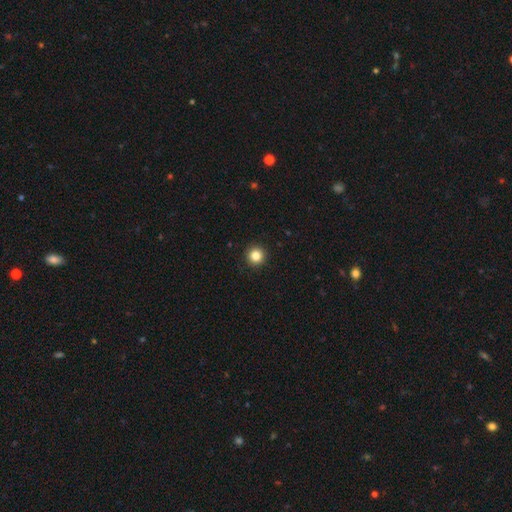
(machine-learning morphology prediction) A smooth galaxy with no disk features (84%) that is round (96%).

Vote fractions:
- Smooth or featured? smooth: 84% / star or artifact: 11% / featured or disk: 5%
- How rounded? round: 96% / in between: 3% / cigar-shaped: 1%
- Merging? none: 93% / minor disturbance: 4% / major disturbance: 1% / merger: 1%